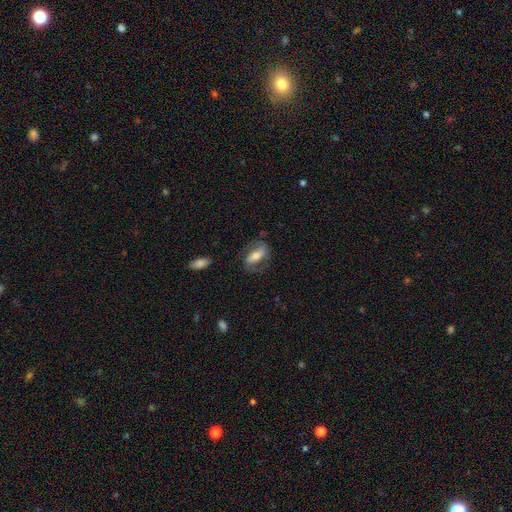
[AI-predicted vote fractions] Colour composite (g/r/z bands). It shows a featured or disk galaxy (56%). Merging: none (70%).